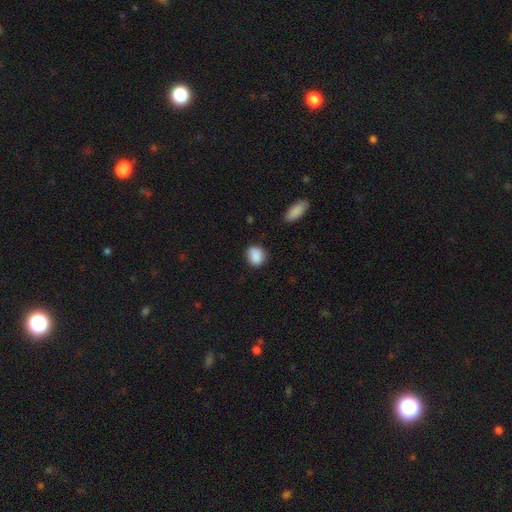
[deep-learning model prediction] Morphology: type=smooth (88%); roundness=round (55%); merging=none (79%).